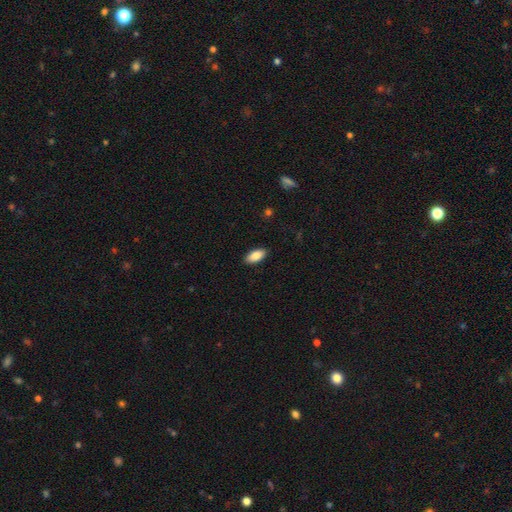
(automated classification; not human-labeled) Smooth or featured?
  - smooth: 87% *
  - featured or disk: 7%
  - star or artifact: 6%
How rounded?
  - in between: 90% *
  - cigar-shaped: 8%
  - round: 2%
Merging?
  - none: 89% *
  - minor disturbance: 8%
  - major disturbance: 2%
  - merger: 1%